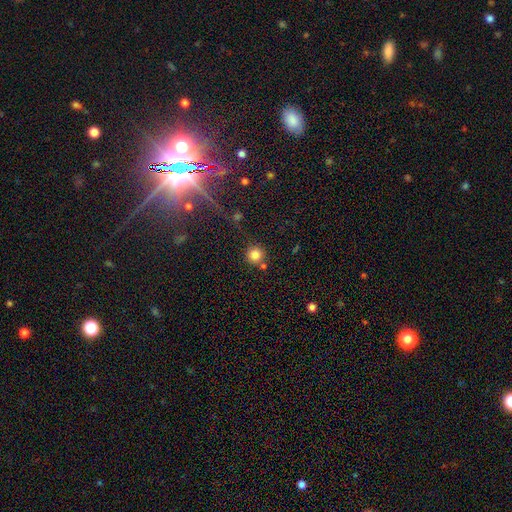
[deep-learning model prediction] Q: Smooth or featured?
A: smooth (82%); runner-up: star or artifact (12%)
Q: How rounded?
A: round (95%); runner-up: in between (4%)
Q: Merging?
A: none (78%); runner-up: merger (10%)